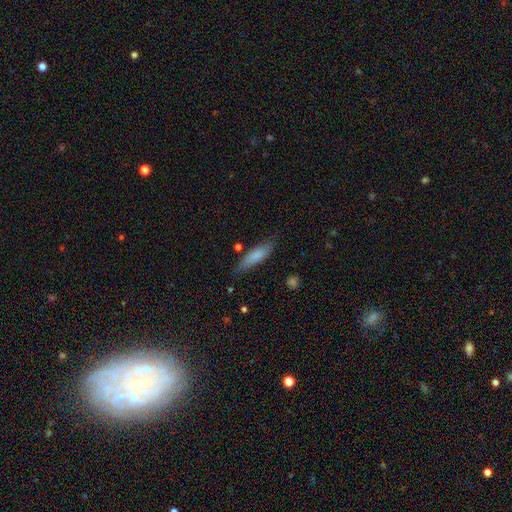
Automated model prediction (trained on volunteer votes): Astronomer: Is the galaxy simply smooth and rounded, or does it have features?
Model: smooth — 78%.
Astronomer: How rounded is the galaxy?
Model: cigar-shaped — 63%.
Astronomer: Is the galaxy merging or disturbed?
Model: none — 76%.